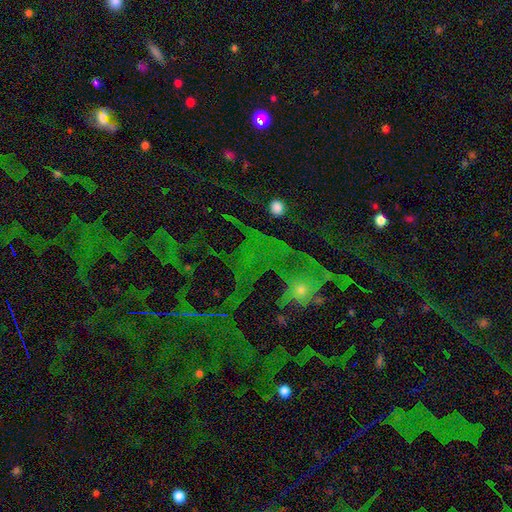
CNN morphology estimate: Smooth or featured: star or artifact — 70% (smooth — 15%)